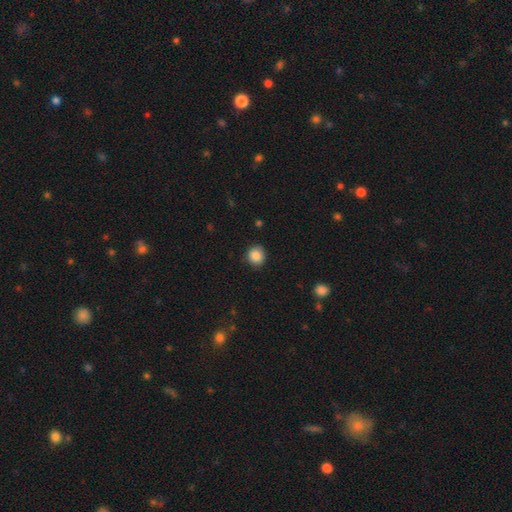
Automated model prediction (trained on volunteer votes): Overall: smooth (87%). How rounded: round (88%). Merging: none (87%).